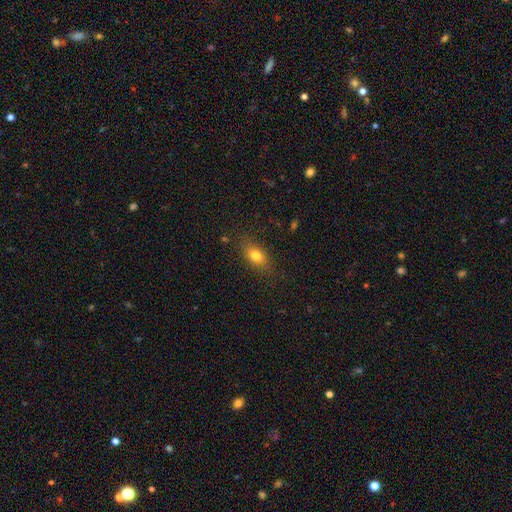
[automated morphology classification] Smooth or featured? smooth (77%)
How rounded? in between (80%)
Merging? none (82%)